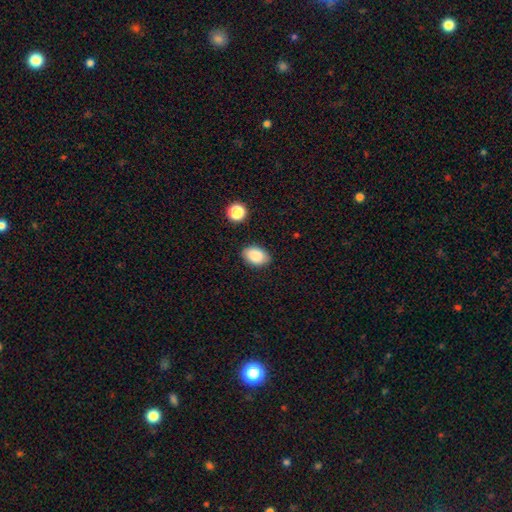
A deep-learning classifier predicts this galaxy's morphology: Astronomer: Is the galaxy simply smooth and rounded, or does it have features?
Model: smooth — 87%.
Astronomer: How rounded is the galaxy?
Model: in between — 88%.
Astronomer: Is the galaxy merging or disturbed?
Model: none — 85%.